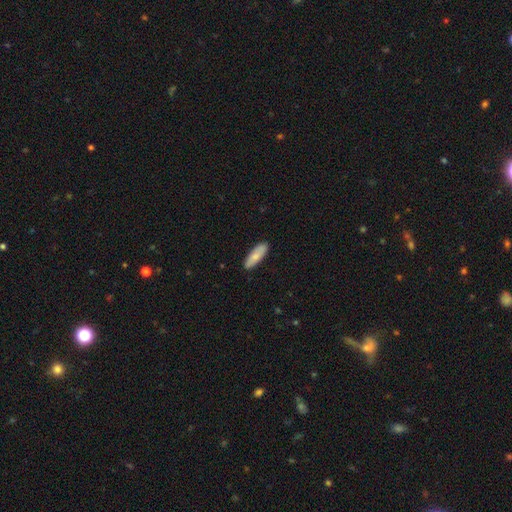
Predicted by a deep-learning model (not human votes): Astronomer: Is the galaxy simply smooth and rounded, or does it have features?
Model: smooth — 80%.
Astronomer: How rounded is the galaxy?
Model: in between — 53% (runner-up: cigar-shaped, 45%).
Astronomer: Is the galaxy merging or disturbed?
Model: none — 88%.